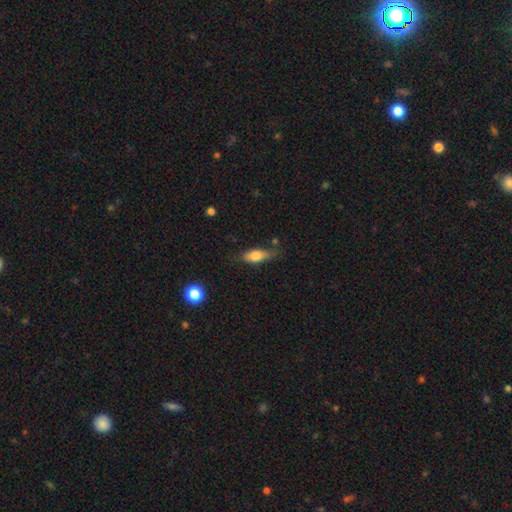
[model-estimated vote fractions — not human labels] Smooth or featured? Predicted: smooth (p=0.73). How rounded? Predicted: in between (p=0.70). Merging? Predicted: none (p=0.62).